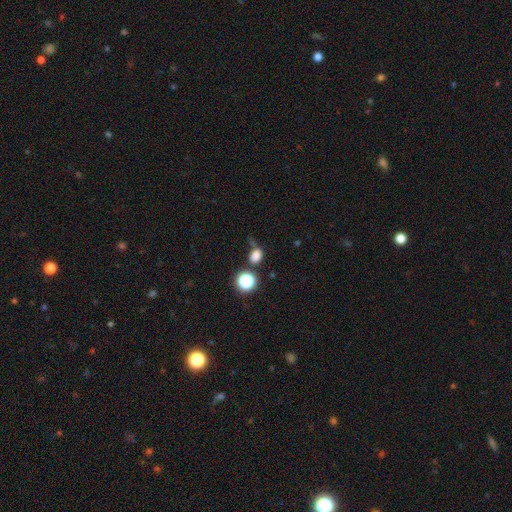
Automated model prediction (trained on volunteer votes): Smooth or featured?
  - smooth: 76% *
  - star or artifact: 18%
  - featured or disk: 6%
How rounded?
  - in between: 60% *
  - round: 39%
  - cigar-shaped: 2%
Merging?
  - none: 58% *
  - minor disturbance: 20%
  - merger: 14%
  - major disturbance: 8%